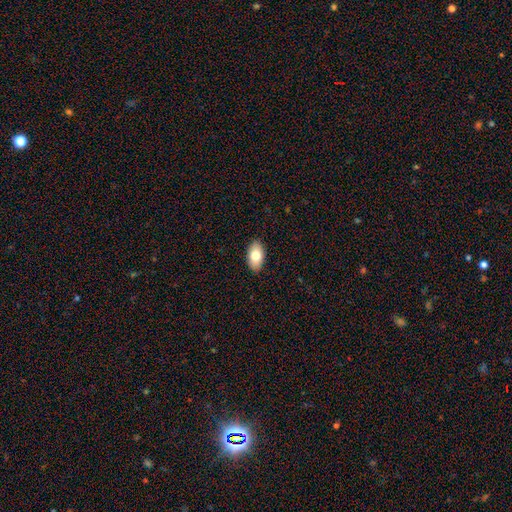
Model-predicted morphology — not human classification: A smooth galaxy with no disk features (77%) that is in between round and cigar-shaped (94%).

Vote fractions:
- Smooth or featured? smooth: 77% / featured or disk: 16% / star or artifact: 7%
- How rounded? in between: 94% / round: 5% / cigar-shaped: 2%
- Merging? none: 89% / minor disturbance: 8% / major disturbance: 2% / merger: 1%